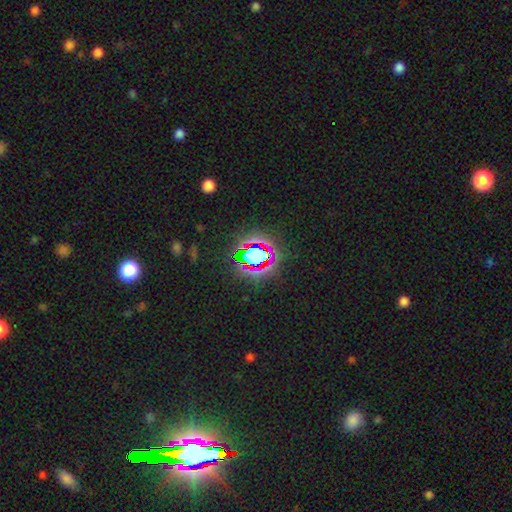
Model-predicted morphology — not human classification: This is likely a star or artifact rather than a galaxy (68%).